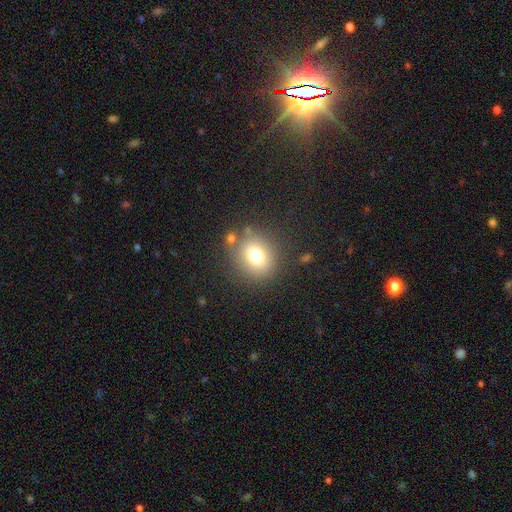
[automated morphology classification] type=smooth (74%); roundness=round (79%); merging=none (78%).